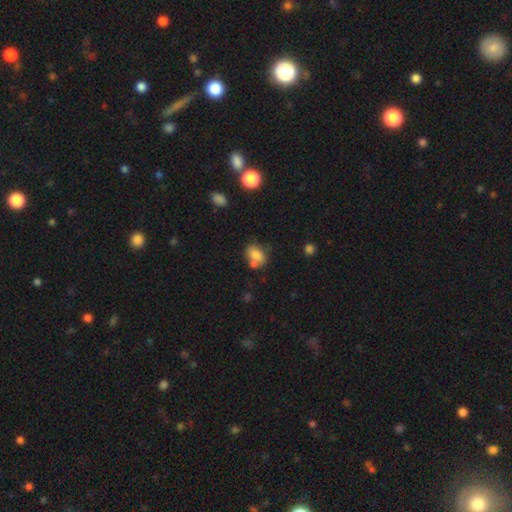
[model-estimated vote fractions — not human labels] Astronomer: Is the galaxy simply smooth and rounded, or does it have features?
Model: smooth — 76%.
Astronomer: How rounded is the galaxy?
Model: in between — 74%.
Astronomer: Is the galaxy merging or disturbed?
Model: none — 43% (runner-up: merger, 29%).